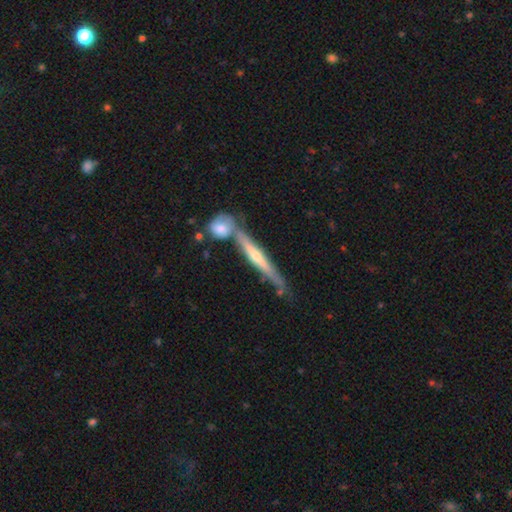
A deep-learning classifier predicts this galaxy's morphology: featured or disk 73%, smooth 19%, star or artifact 7%. Down the decision tree: edge-on disk — yes (94%); edge-on bulge — rounded (68%); merging — none (64%).